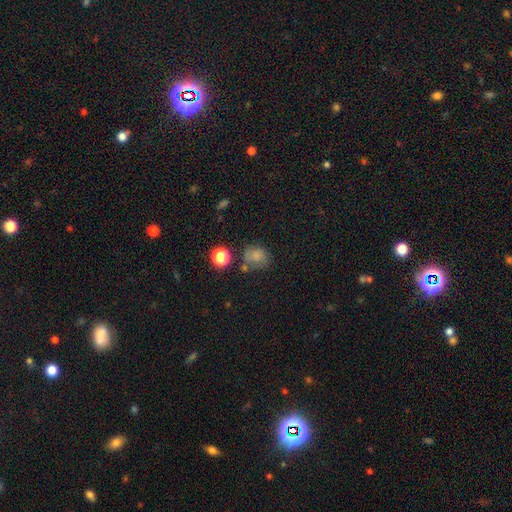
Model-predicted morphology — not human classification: Smooth or featured? smooth (69%)
How rounded? round (64%)
Merging? none (53%)